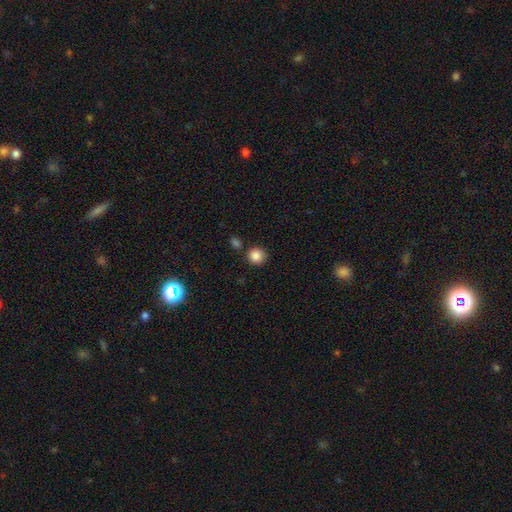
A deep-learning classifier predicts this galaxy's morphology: Smooth or featured? Predicted: smooth (p=0.86). How rounded? Predicted: round (p=0.91). Merging? Predicted: none (p=0.82).